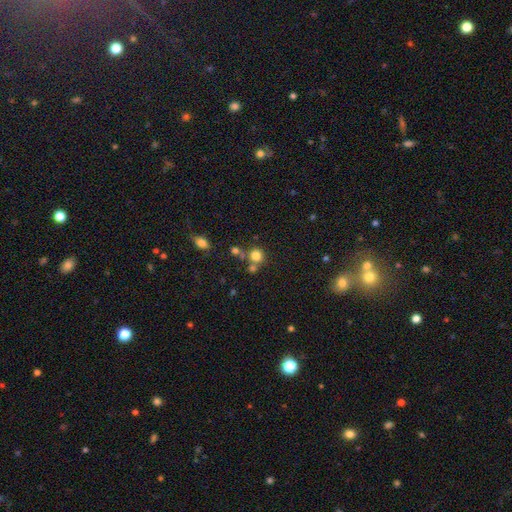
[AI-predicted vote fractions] Smooth or featured?
  - smooth: 79% *
  - star or artifact: 14%
  - featured or disk: 7%
How rounded?
  - round: 89% *
  - in between: 10%
  - cigar-shaped: 1%
Merging?
  - none: 63% *
  - merger: 24%
  - minor disturbance: 9%
  - major disturbance: 4%